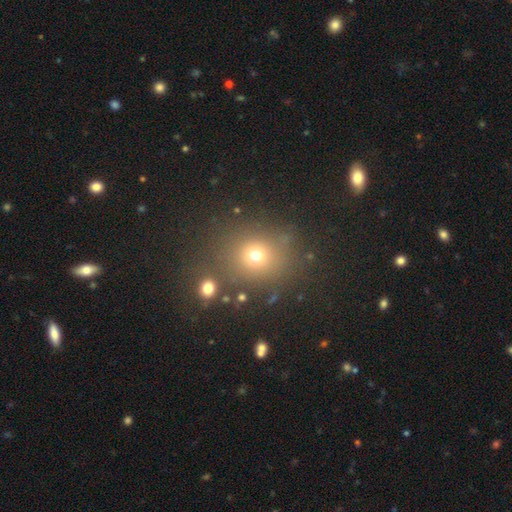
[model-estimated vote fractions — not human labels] A smooth galaxy with no disk features (67%) that is round (77%).

Vote fractions:
- Smooth or featured? smooth: 67% / star or artifact: 24% / featured or disk: 9%
- How rounded? round: 77% / in between: 21% / cigar-shaped: 1%
- Merging? none: 77% / minor disturbance: 11% / merger: 7% / major disturbance: 5%